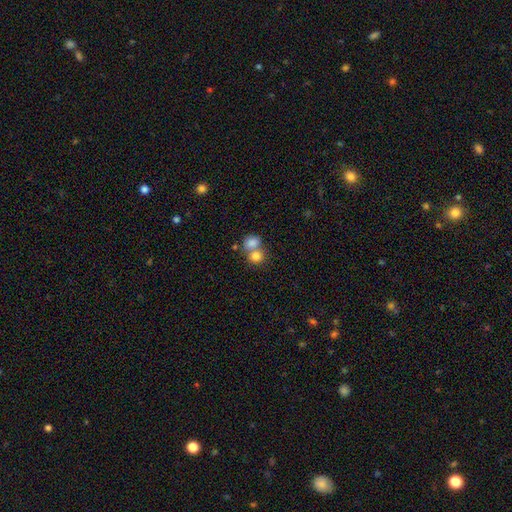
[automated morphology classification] A smooth galaxy with no disk features (80%) that is round (65%). Merging: merger (58%).